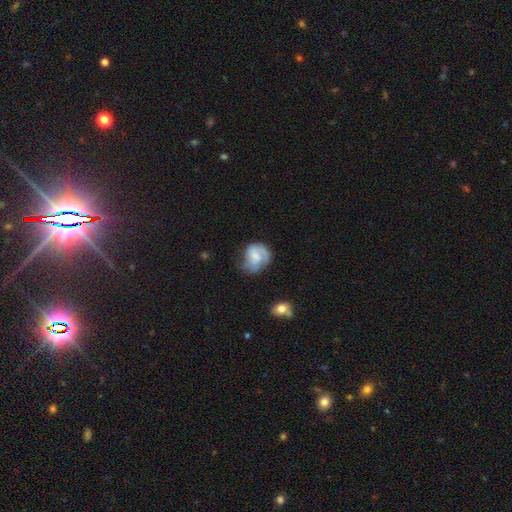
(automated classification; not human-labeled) smooth-or-featured: featured or disk: 50% | smooth: 42% | star or artifact: 8%
  merging: none: 42% | minor disturbance: 31% | major disturbance: 24% | merger: 3%